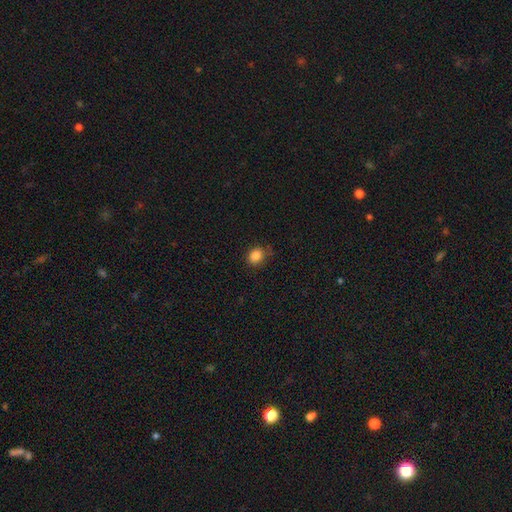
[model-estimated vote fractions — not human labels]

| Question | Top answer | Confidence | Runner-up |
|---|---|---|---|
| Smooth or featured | smooth | 84% | star or artifact (11%) |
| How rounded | round | 62% | in between (38%) |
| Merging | none | 76% | minor disturbance (19%) |